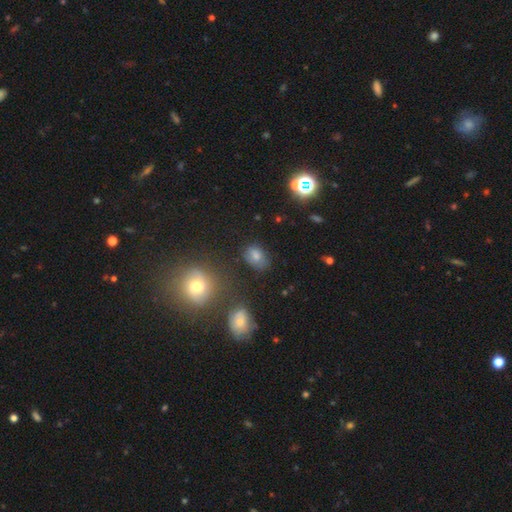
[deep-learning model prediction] smooth-or-featured: smooth: 71% | star or artifact: 16% | featured or disk: 13%
  how-rounded: in between: 72% | round: 26% | cigar-shaped: 1%
  merging: none: 70% | minor disturbance: 20% | major disturbance: 7% | merger: 4%